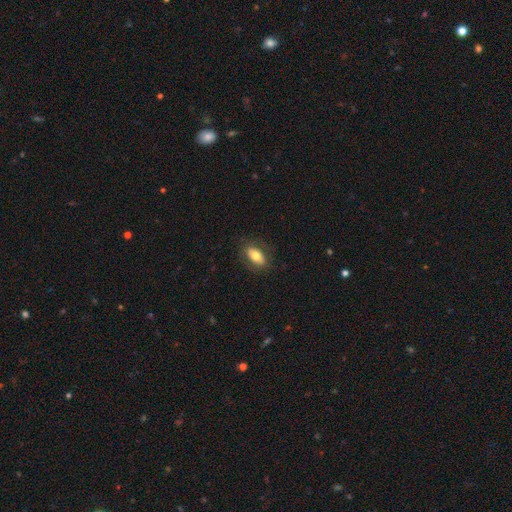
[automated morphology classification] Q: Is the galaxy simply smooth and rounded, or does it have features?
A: smooth — 70%.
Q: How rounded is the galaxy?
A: in between — 87%.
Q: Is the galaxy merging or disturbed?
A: none — 82%.